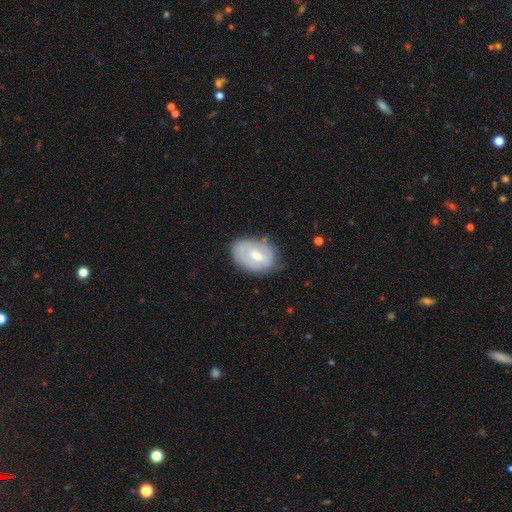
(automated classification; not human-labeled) The model was most divided on "smooth or featured" (2-way tie): smooth: 47%, featured or disk: 47%, star or artifact: 6%. More confident: merging — none (64%).